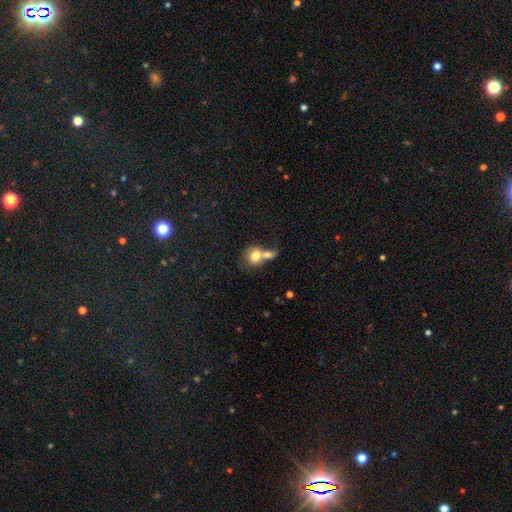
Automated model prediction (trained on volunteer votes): This is likely a smooth galaxy (74%). How rounded: likely round (68%). Merging: likely merger (67%).